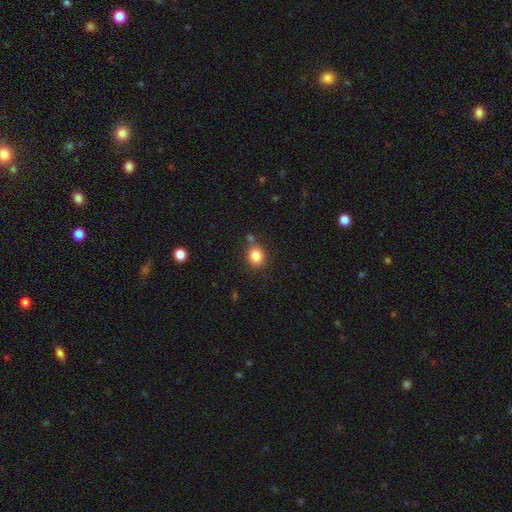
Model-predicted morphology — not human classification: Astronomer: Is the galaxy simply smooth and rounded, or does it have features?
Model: smooth — 84%.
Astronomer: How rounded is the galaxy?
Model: round — 76%.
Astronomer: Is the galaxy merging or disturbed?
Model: none — 77%.